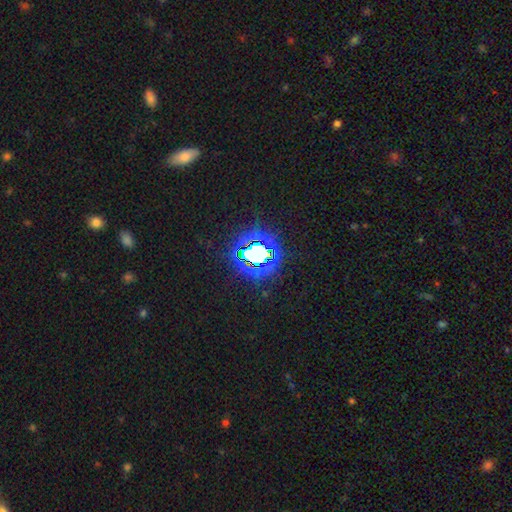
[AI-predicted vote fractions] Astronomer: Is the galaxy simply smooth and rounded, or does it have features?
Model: star or artifact — 75%.